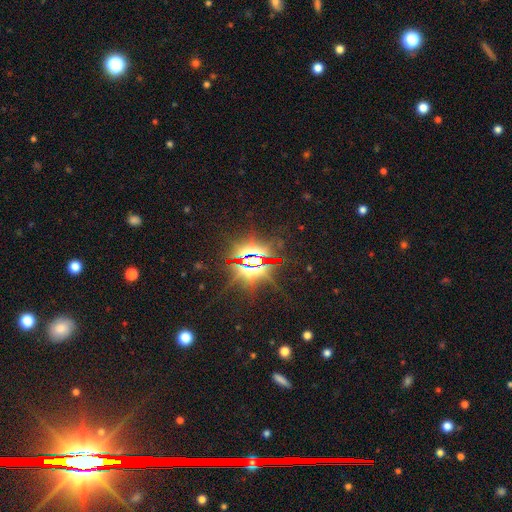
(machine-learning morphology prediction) Smooth or featured? Predicted: star or artifact (p=0.85).